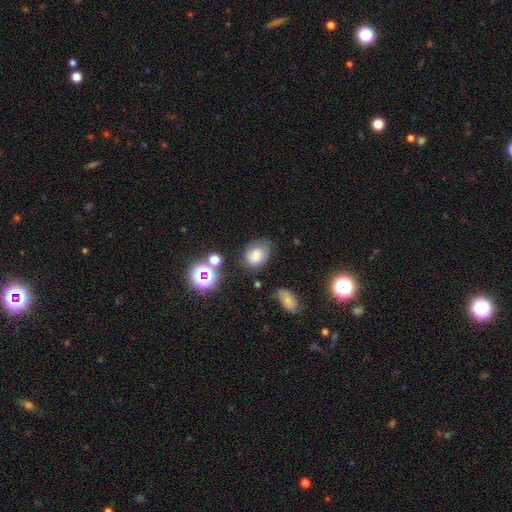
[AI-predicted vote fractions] This appears to be a smooth galaxy with no disk features (63%) that is in between round and cigar-shaped (59%). Merging: none (51%).